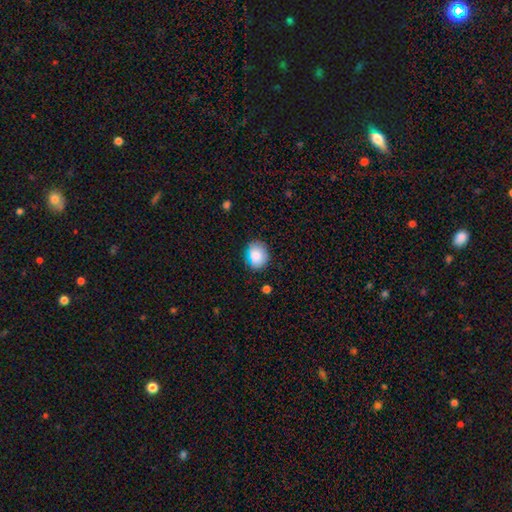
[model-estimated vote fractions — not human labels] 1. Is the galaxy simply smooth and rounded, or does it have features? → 85% smooth, 9% star or artifact, 6% featured or disk.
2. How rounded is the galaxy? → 56% round, 43% in between, 1% cigar-shaped.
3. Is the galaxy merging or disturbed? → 79% none, 16% minor disturbance, 3% major disturbance, 2% merger.